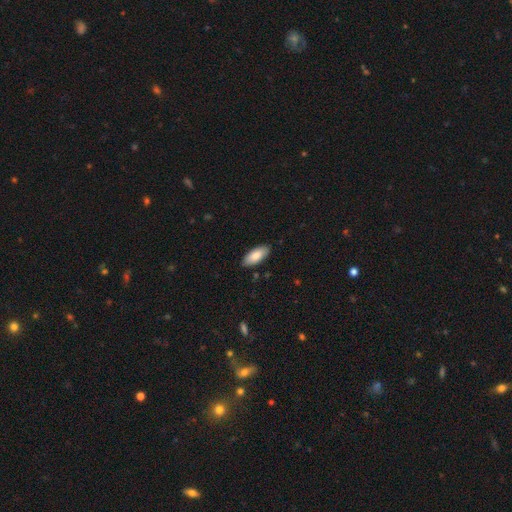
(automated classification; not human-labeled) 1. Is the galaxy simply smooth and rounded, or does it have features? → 84% smooth, 10% featured or disk, 6% star or artifact.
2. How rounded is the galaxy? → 87% in between, 11% cigar-shaped, 2% round.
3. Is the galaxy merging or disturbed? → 87% none, 10% minor disturbance, 2% major disturbance, 1% merger.